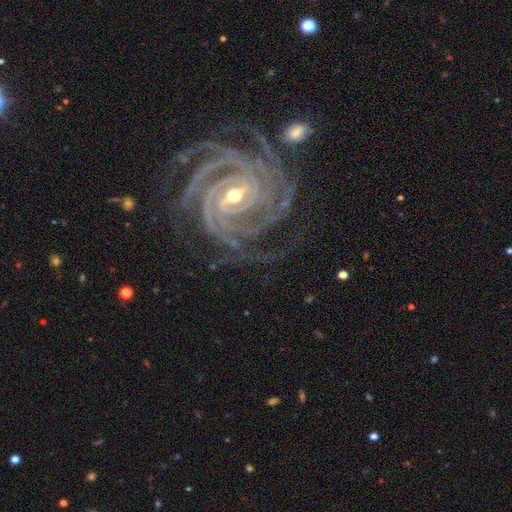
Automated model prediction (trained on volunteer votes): Smooth or featured: featured or disk — 92% (star or artifact — 6%)
Edge-on disk: no — 98% (yes — 2%)
Bar: strong — 40% (weak — 34%)
Spiral arms: yes — 99% (no — 1%)
Spiral winding: tight — 82% (medium — 16%)
Spiral arm count: 4 — 34% (more than 4 — 19%)
Bulge size: small — 60% (moderate — 37%)
Merging: none — 78% (minor disturbance — 14%)